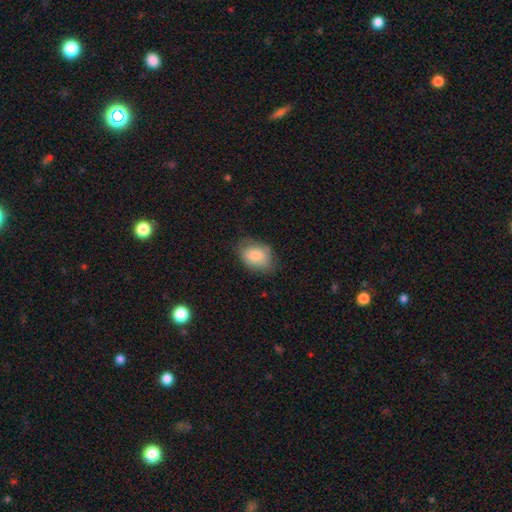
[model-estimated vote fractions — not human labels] A smooth galaxy with no disk features (78%) that is in between round and cigar-shaped (77%).

Vote fractions:
- Smooth or featured? smooth: 78% / featured or disk: 15% / star or artifact: 7%
- How rounded? in between: 77% / round: 22% / cigar-shaped: 1%
- Merging? none: 66% / minor disturbance: 25% / major disturbance: 8% / merger: 1%